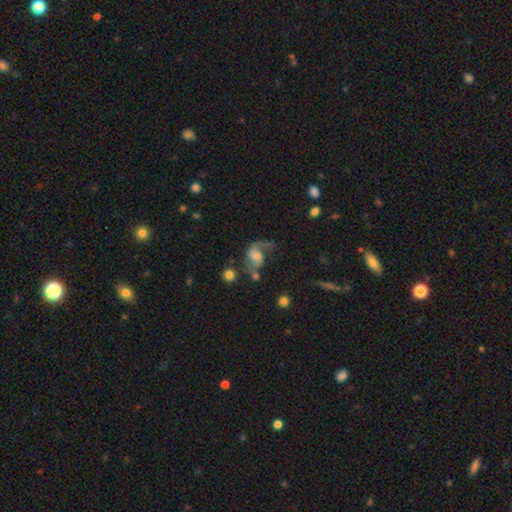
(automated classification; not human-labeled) A featured or disk galaxy (65%) with no bar (47%), 2 (63%) loose (66%) spiral arms (87%) and a moderate central bulge (31%).

Vote fractions:
- Smooth or featured? featured or disk: 65% / smooth: 24% / star or artifact: 10%
- Edge-on disk? no: 97% / yes: 3%
- Bar? no: 47% / weak: 42% / strong: 12%
- Spiral arms? yes: 87% / no: 13%
- Spiral winding? loose: 66% / medium: 27% / tight: 6%
- Spiral arm count? 2: 63% / 1: 30% / can't tell: 4% / 3: 1% / 4: 1% / more than 4: 1%
- Bulge size? moderate: 31% / none: 26% / small: 25% / large: 16% / dominant: 3%
- Merging? major disturbance: 37% / none: 32% / minor disturbance: 19% / merger: 12%